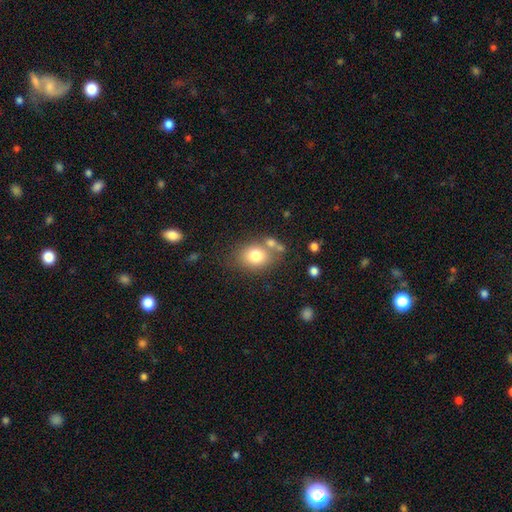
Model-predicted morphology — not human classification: smooth_or_featured: smooth (p=0.77) [alt: featured or disk p=0.13]
how_rounded: in between (p=0.52) [alt: round p=0.47]
merging: none (p=0.59) [alt: merger p=0.19]